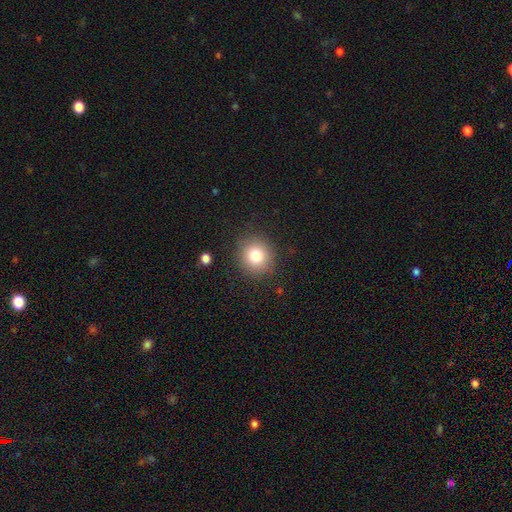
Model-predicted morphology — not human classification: Q: Smooth or featured?
A: smooth (80%); runner-up: star or artifact (11%)
Q: How rounded?
A: round (89%); runner-up: in between (10%)
Q: Merging?
A: none (88%); runner-up: minor disturbance (8%)